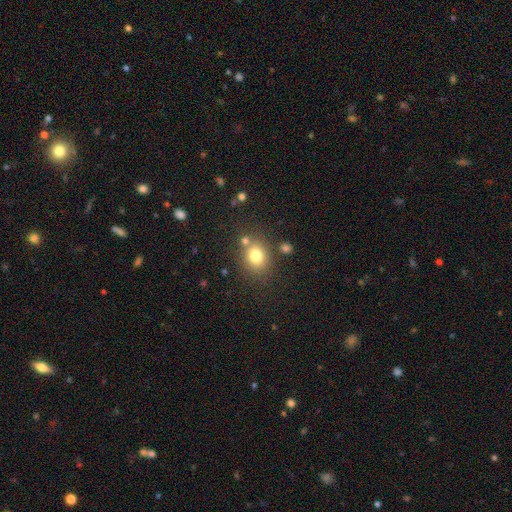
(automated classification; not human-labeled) This appears to be a smooth galaxy with no disk features (78%) that is round (62%). Merging: none (71%).